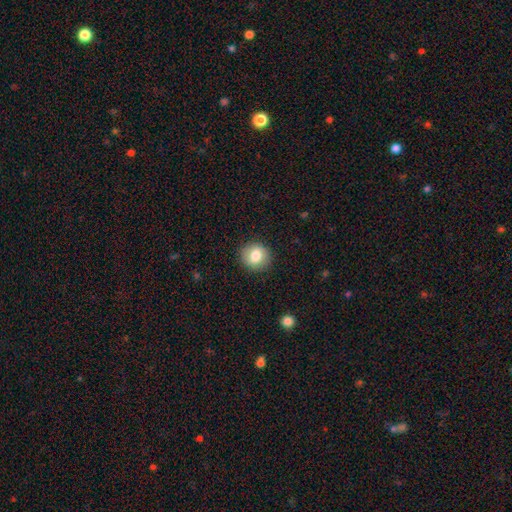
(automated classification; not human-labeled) Smooth or featured: smooth — 80% (featured or disk — 12%)
How rounded: round — 86% (in between — 13%)
Merging: none — 89% (minor disturbance — 8%)